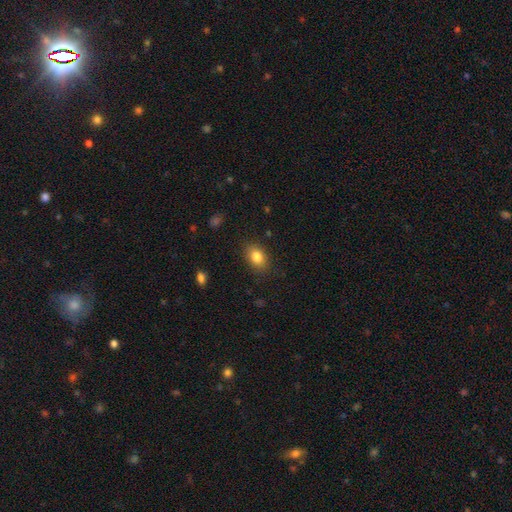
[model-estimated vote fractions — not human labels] smooth_or_featured: smooth (p=0.84) [alt: star or artifact p=0.09]
how_rounded: in between (p=0.76) [alt: round p=0.22]
merging: none (p=0.85) [alt: minor disturbance p=0.11]